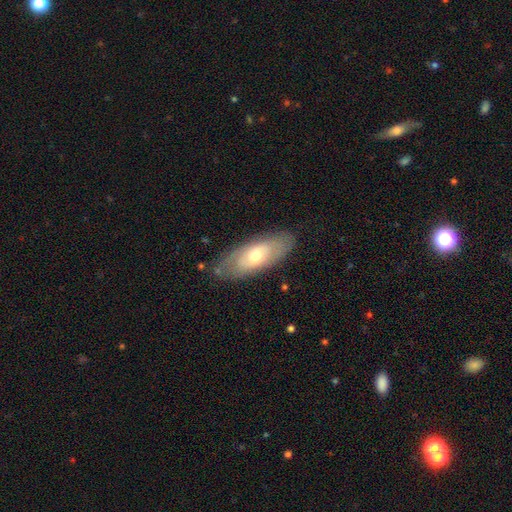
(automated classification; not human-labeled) A featured or disk galaxy (49%). Merging: none (80%).